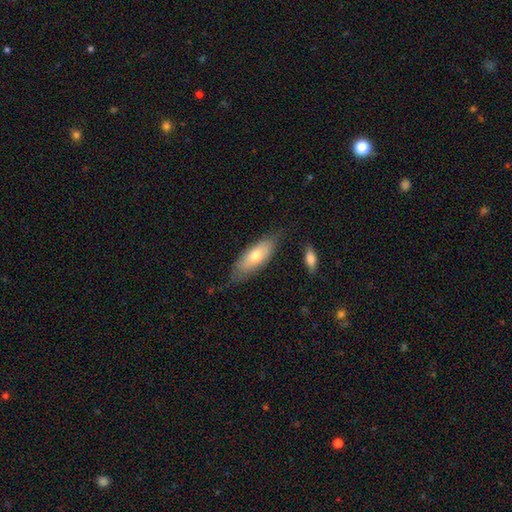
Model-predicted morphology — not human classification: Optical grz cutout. It shows a smooth galaxy with no disk features (67%) that is in between round and cigar-shaped (72%). Merging: none (69%).